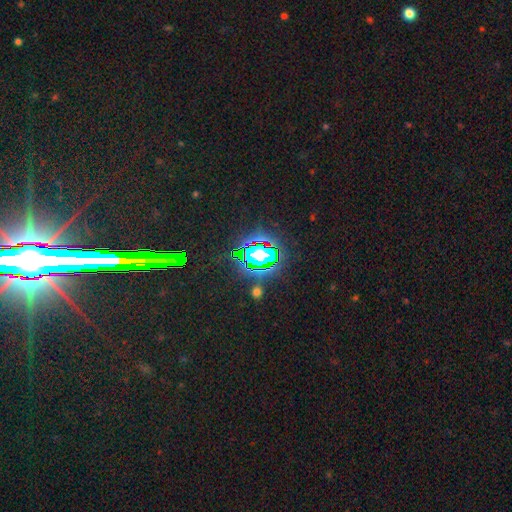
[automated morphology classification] type=star or artifact (81%).